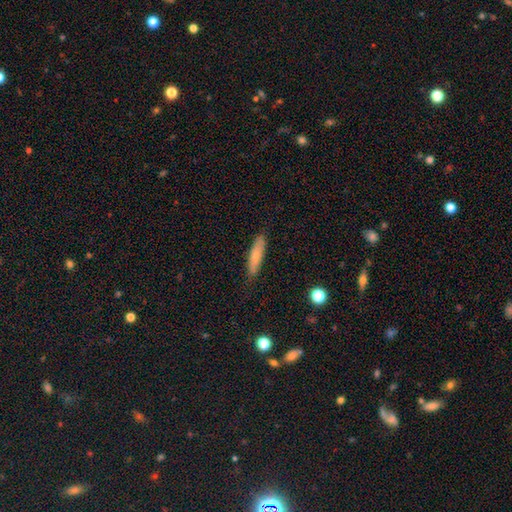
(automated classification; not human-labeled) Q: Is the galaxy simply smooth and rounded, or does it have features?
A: smooth — 76%.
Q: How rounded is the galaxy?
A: cigar-shaped — 82%.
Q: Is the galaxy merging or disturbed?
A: none — 85%.